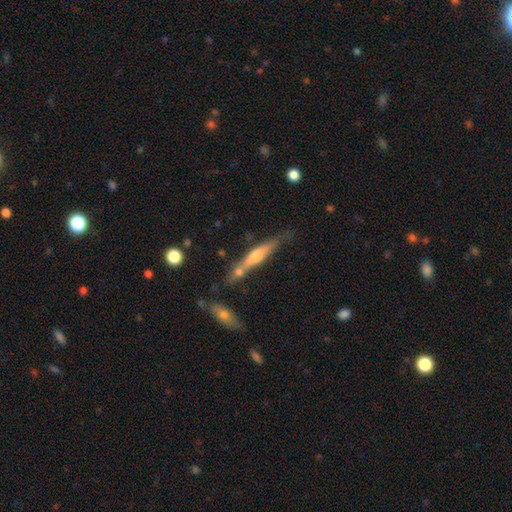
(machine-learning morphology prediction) Smooth or featured?
  - featured or disk: 55% *
  - smooth: 38%
  - star or artifact: 7%
Edge-on disk?
  - yes: 92% *
  - no: 8%
Edge-on bulge?
  - rounded: 68% *
  - boxy: 16%
  - none: 16%
Merging?
  - none: 63% *
  - minor disturbance: 17%
  - merger: 15%
  - major disturbance: 5%